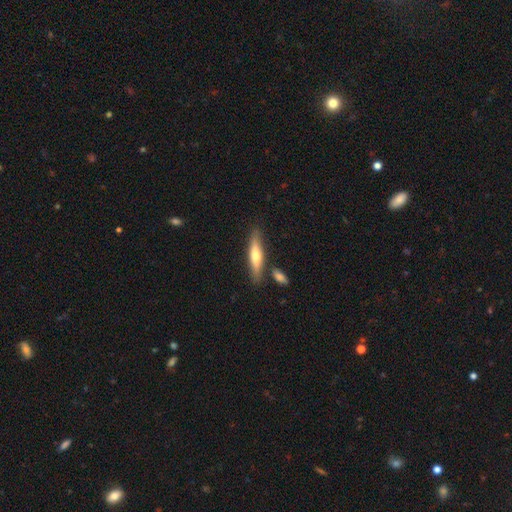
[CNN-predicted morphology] smooth_or_featured: smooth (p=0.50) [alt: featured or disk p=0.45]
merging: none (p=0.79) [alt: minor disturbance p=0.11]